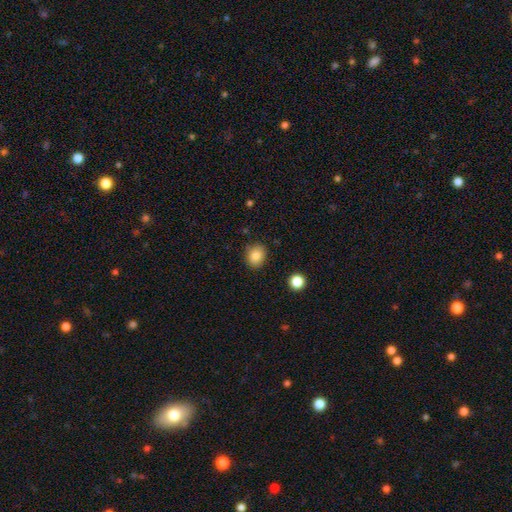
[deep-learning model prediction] smooth 84%, star or artifact 10%, featured or disk 6%. Down the decision tree: how rounded — round (63%); merging — none (86%).